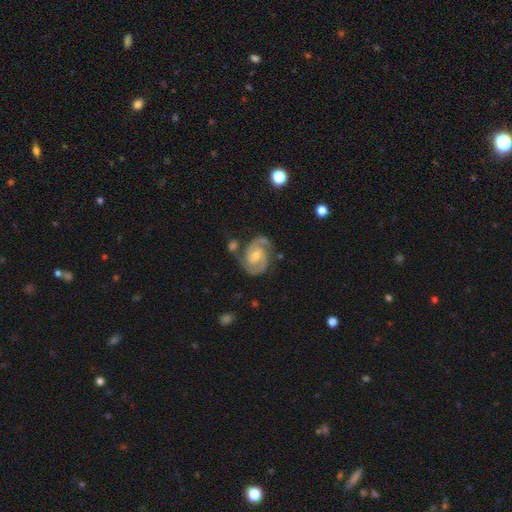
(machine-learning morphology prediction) type=featured or disk (90%); edge-on=no (98%); bar=no (48%); spiral arms=yes (98%); winding=tight (49%); arm count=2 (90%); bulge=moderate (54%); merging=none (69%).